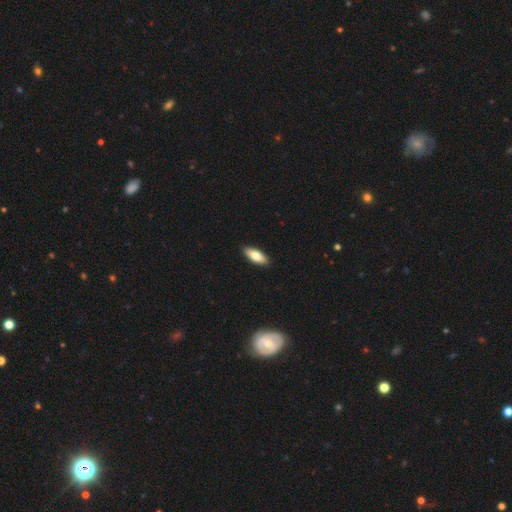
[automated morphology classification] This is likely a smooth galaxy (78%). How rounded: likely in between (77%). Merging: clearly none (90%).